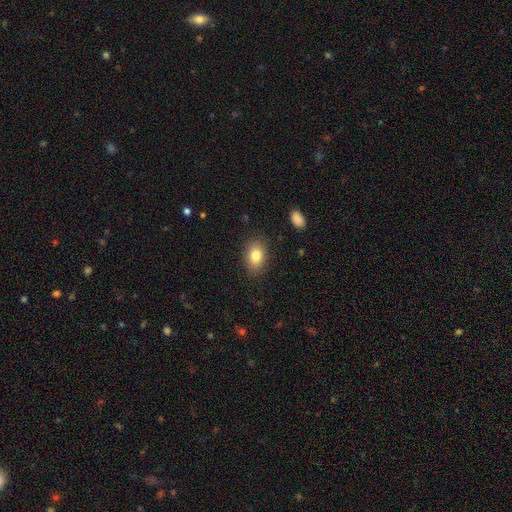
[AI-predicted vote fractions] Overall: smooth (82%). How rounded: in between (82%). Merging: none (85%).